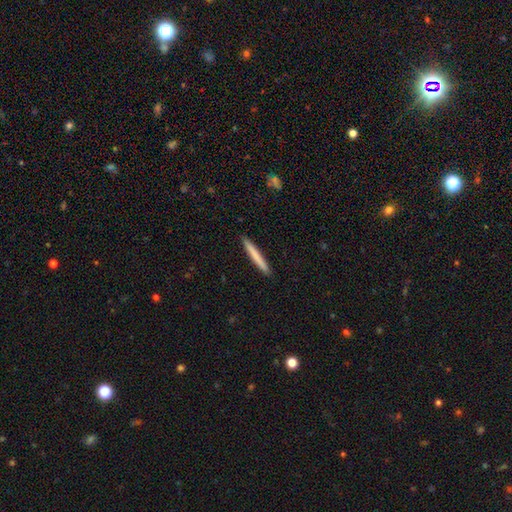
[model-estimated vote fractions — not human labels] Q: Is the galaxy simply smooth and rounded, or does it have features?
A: smooth — 74%.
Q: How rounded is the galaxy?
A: cigar-shaped — 97%.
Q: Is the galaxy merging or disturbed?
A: none — 93%.